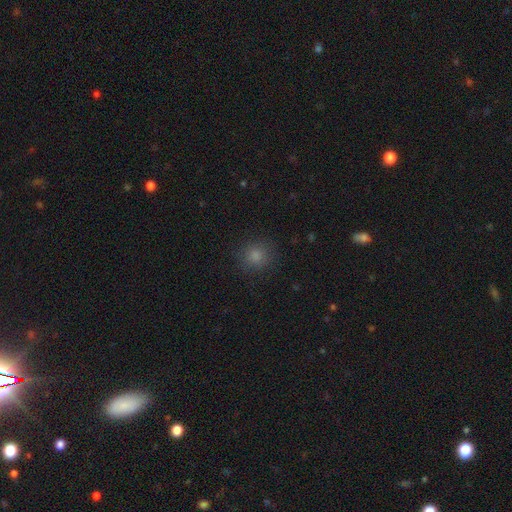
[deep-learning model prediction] Q: Smooth or featured?
A: smooth (83%); runner-up: star or artifact (13%)
Q: How rounded?
A: round (88%); runner-up: in between (11%)
Q: Merging?
A: none (86%); runner-up: minor disturbance (10%)